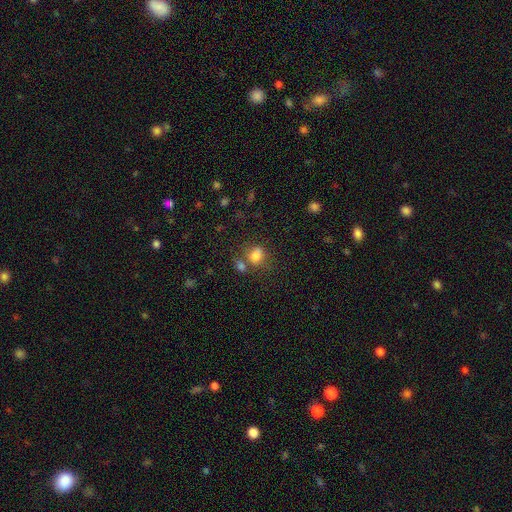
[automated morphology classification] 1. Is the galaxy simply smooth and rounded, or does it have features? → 77% smooth, 13% star or artifact, 10% featured or disk.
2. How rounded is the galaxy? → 53% round, 45% in between, 1% cigar-shaped.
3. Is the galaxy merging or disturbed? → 47% none, 29% merger, 16% minor disturbance, 8% major disturbance.